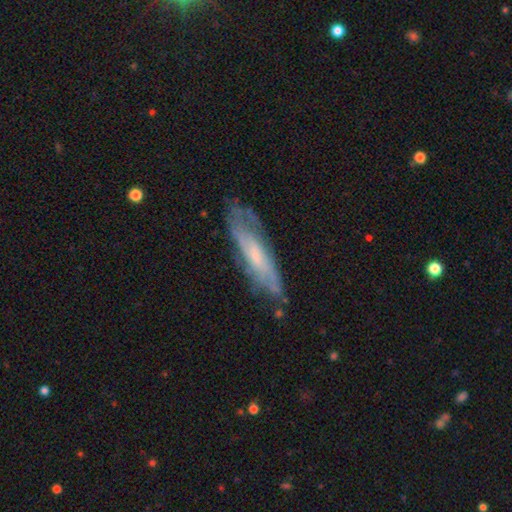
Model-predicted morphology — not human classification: smooth-or-featured: featured or disk: 59% | smooth: 34% | star or artifact: 7%
  disk-edge-on: no: 56% | yes: 44%
  merging: none: 67% | minor disturbance: 23% | major disturbance: 8% | merger: 2%